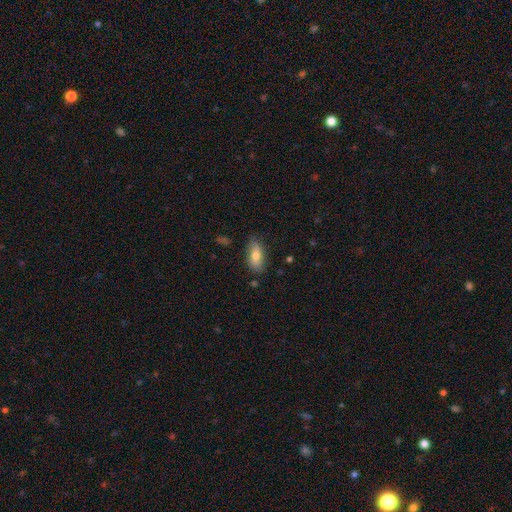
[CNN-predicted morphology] Q: Smooth or featured?
A: smooth (75%); runner-up: featured or disk (18%)
Q: How rounded?
A: in between (84%); runner-up: cigar-shaped (13%)
Q: Merging?
A: none (78%); runner-up: minor disturbance (17%)